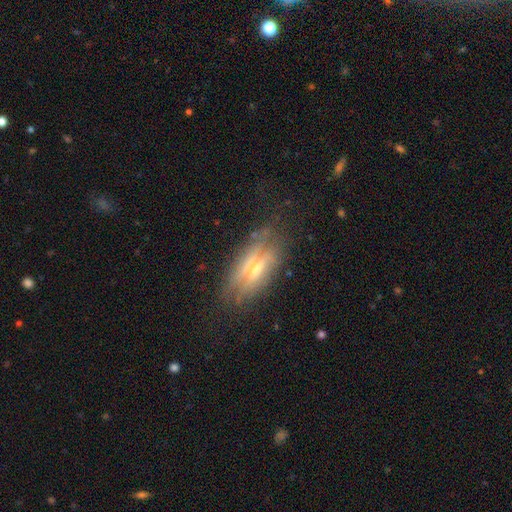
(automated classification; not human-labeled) featured or disk 61%, smooth 29%, star or artifact 10%. Down the decision tree: edge-on disk — yes (67%); merging — none (65%).